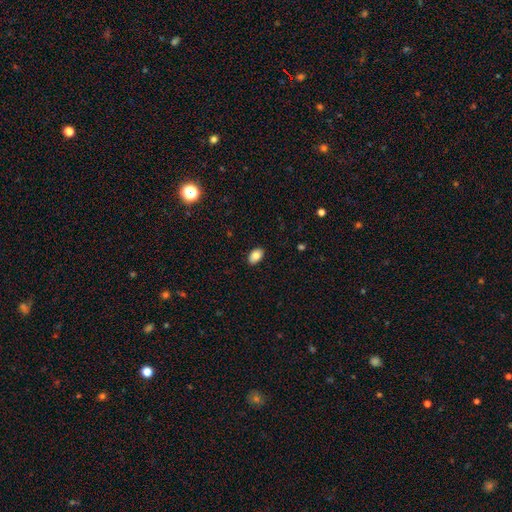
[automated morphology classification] type=smooth (84%); roundness=in between (91%); merging=none (89%).